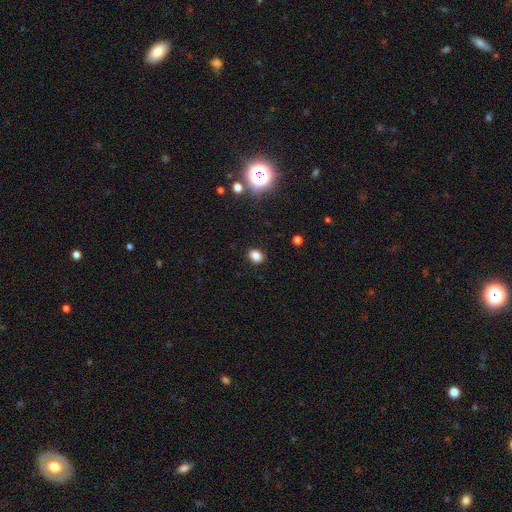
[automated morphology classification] Smooth or featured? smooth (81%)
How rounded? in between (56%)
Merging? none (89%)